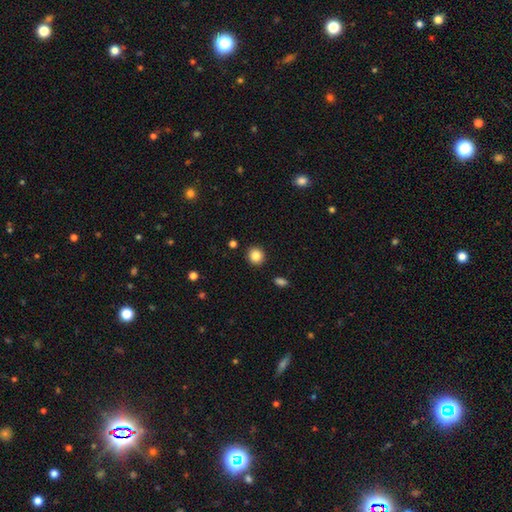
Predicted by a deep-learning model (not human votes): smooth-or-featured: smooth: 85% | star or artifact: 10% | featured or disk: 5%
  how-rounded: round: 90% | in between: 9% | cigar-shaped: 1%
  merging: none: 91% | minor disturbance: 6% | major disturbance: 2% | merger: 2%